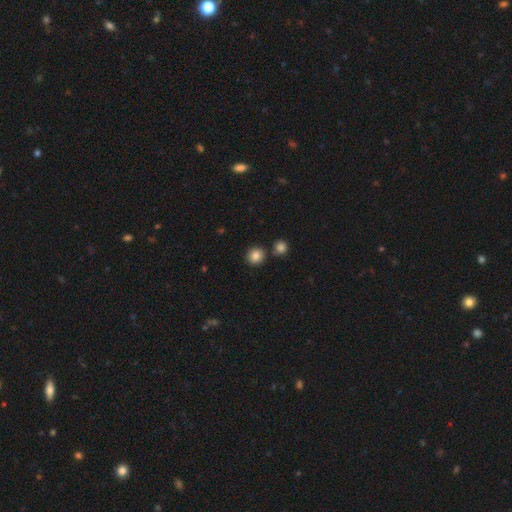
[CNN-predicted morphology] Overall: smooth (85%). How rounded: round (89%). Merging: none (79%).